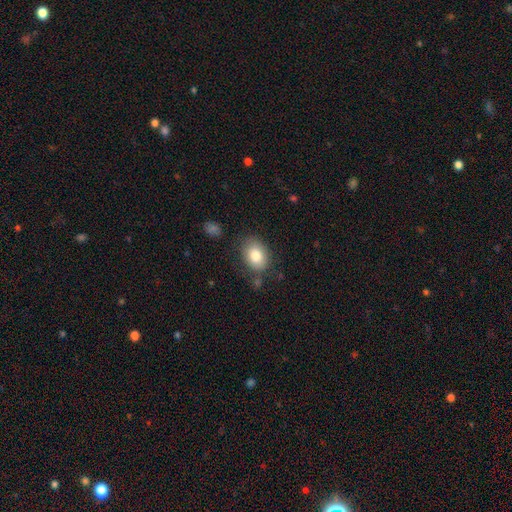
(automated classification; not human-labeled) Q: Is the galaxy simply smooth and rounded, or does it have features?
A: smooth — 82%.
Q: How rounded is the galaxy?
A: in between — 70%.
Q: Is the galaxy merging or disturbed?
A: none — 75%.